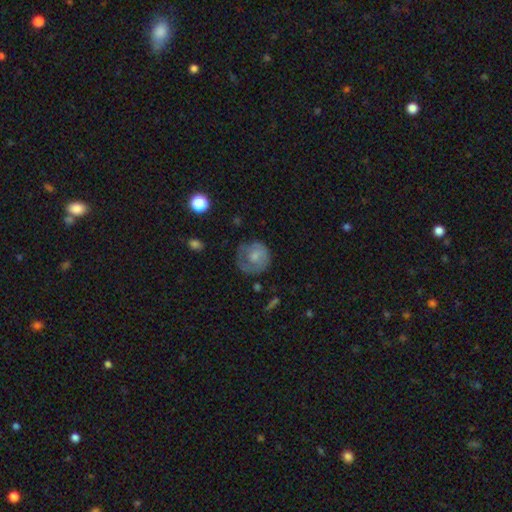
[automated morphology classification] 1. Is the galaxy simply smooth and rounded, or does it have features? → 60% smooth, 33% featured or disk, 7% star or artifact.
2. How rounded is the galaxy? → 85% round, 14% in between, 1% cigar-shaped.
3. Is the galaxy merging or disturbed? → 58% none, 24% minor disturbance, 16% major disturbance, 2% merger.